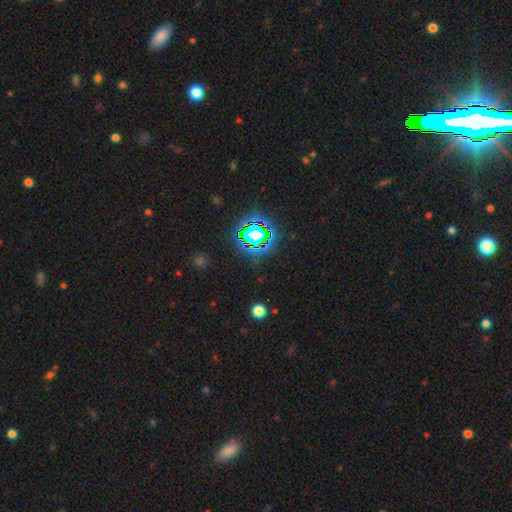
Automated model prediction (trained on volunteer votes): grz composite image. It shows a star or artifact, not a galaxy (79%).